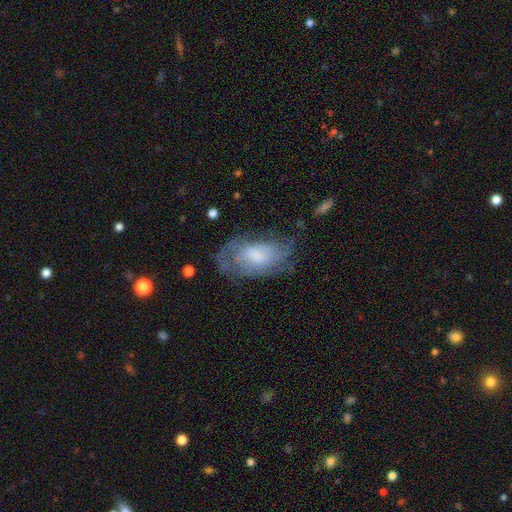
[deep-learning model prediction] This is possibly a featured or disk galaxy (58%). It is clearly not viewed edge-on (94%). Bar: likely no (62%). Spiral arm pattern: likely yes (74%). Central bulge: marginally moderate (40%). Merging: possibly none (55%).